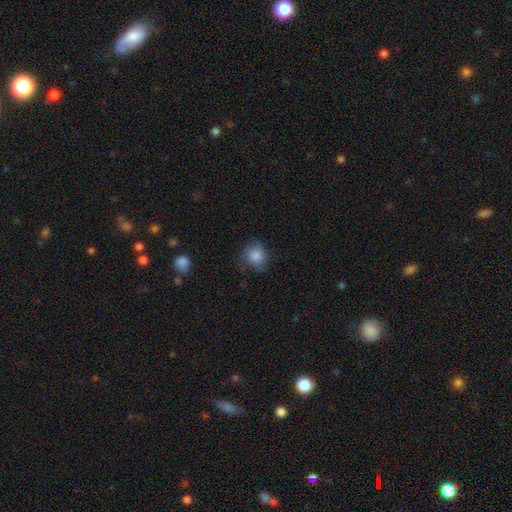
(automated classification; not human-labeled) Q: Smooth or featured?
A: smooth (85%); runner-up: star or artifact (9%)
Q: How rounded?
A: round (81%); runner-up: in between (18%)
Q: Merging?
A: none (70%); runner-up: minor disturbance (23%)